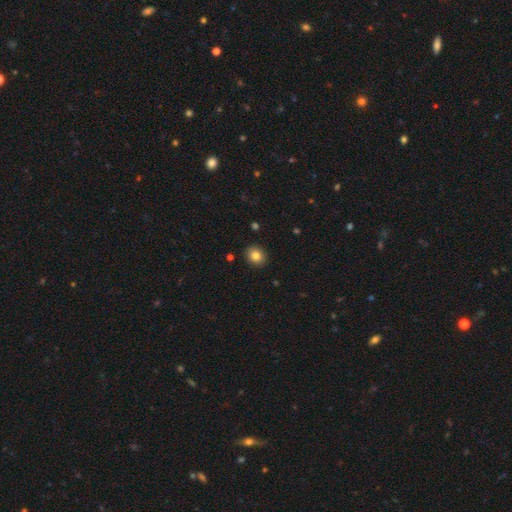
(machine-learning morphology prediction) This appears to be a smooth galaxy with no disk features (83%) that is round (65%). Merging: none (90%).